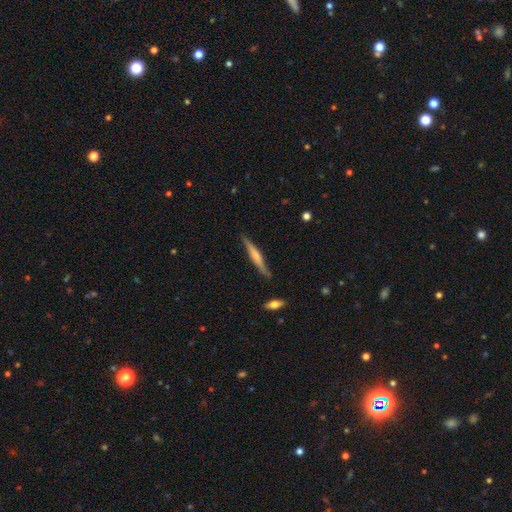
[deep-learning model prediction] This appears to be a featured or disk galaxy (52%) viewed edge-on (95%). Merging: none (83%).